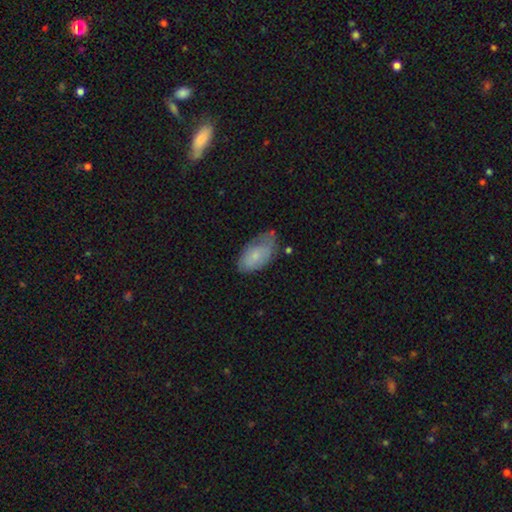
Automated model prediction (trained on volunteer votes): Smooth or featured? Predicted: smooth (p=0.71). How rounded? Predicted: in between (p=0.94). Merging? Predicted: none (p=0.50).